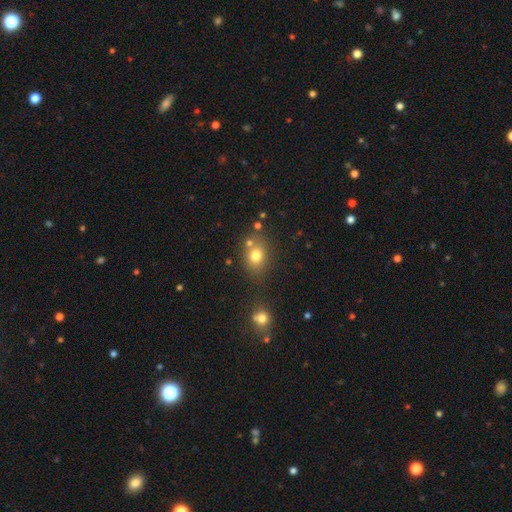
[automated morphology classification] Smooth or featured? smooth (76%)
How rounded? round (55%)
Merging? none (69%)